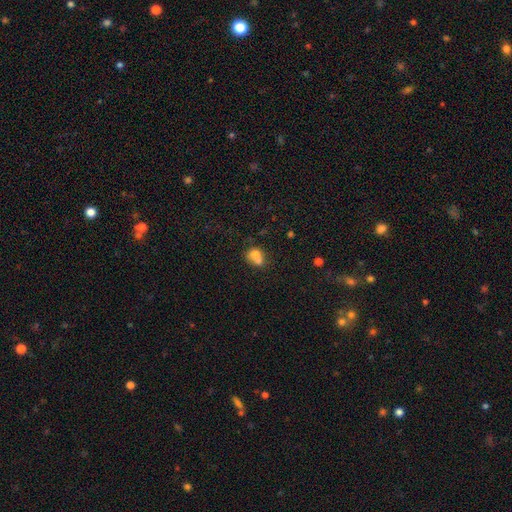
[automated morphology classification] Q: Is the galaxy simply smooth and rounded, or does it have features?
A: smooth — 69%.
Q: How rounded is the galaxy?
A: round — 58%.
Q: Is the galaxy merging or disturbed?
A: merger — 64%.